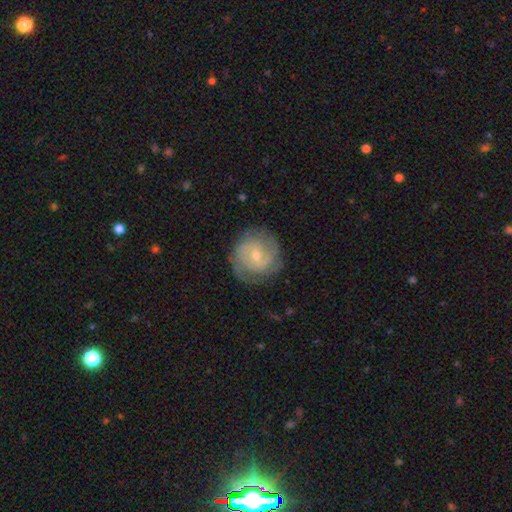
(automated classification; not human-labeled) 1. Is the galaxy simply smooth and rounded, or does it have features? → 70% featured or disk, 24% smooth, 6% star or artifact.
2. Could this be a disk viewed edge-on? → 98% no, 2% yes.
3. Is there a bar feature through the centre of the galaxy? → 53% no, 41% weak, 7% strong.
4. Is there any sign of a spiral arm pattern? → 89% yes, 11% no.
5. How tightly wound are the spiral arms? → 53% tight, 35% medium, 12% loose.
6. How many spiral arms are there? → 50% 2, 26% can't tell, 12% 3, 5% 1, 4% 4, 3% more than 4.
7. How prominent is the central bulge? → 54% small, 42% moderate, 2% large, 1% none, 1% dominant.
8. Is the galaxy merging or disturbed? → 75% none, 17% minor disturbance, 7% major disturbance, 1% merger.